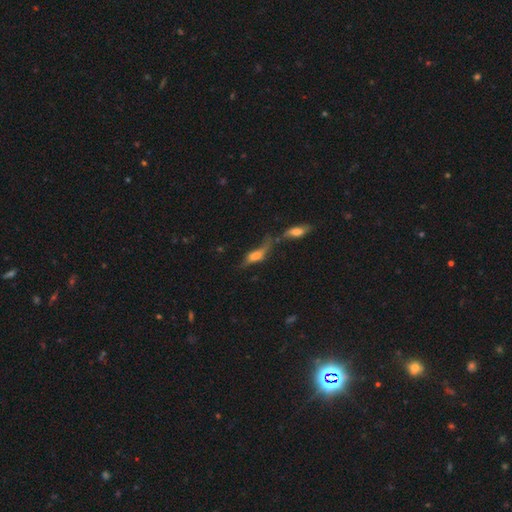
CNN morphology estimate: Smooth or featured?
  - smooth: 52% *
  - featured or disk: 36%
  - star or artifact: 11%
How rounded?
  - in between: 64% *
  - cigar-shaped: 30%
  - round: 6%
Merging?
  - merger: 35% *
  - major disturbance: 25%
  - none: 23%
  - minor disturbance: 17%